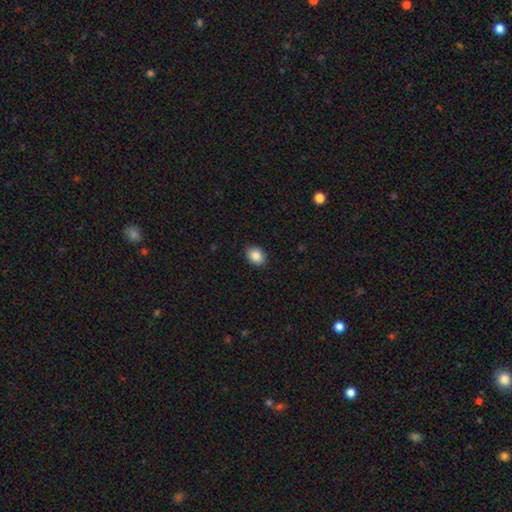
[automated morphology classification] smooth 86%, star or artifact 9%, featured or disk 5%. Down the decision tree: how rounded — in between (59%); merging — none (90%).